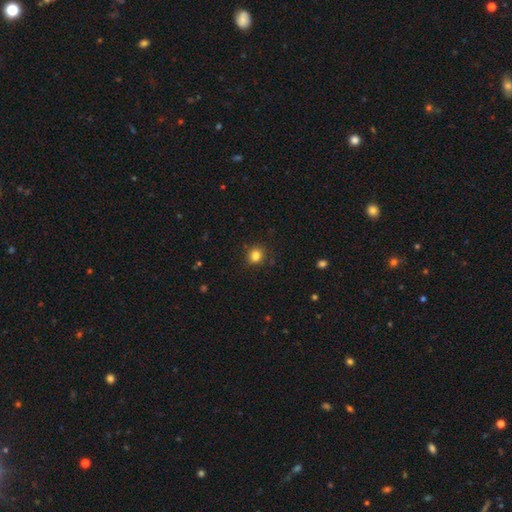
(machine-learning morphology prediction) A smooth galaxy with no disk features (84%) that is round (80%). Merging: none (86%).